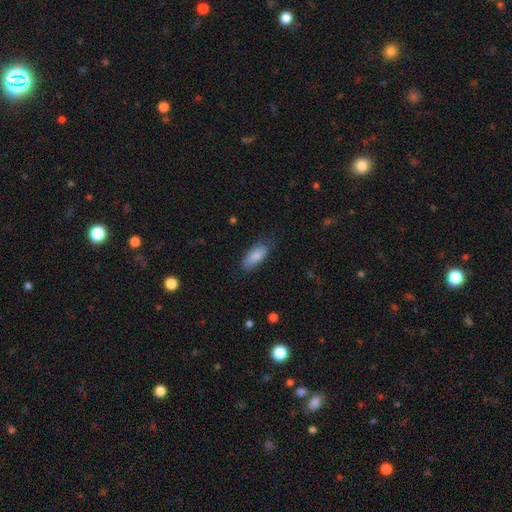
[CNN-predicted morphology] type=smooth (87%); roundness=in between (82%); merging=none (73%).